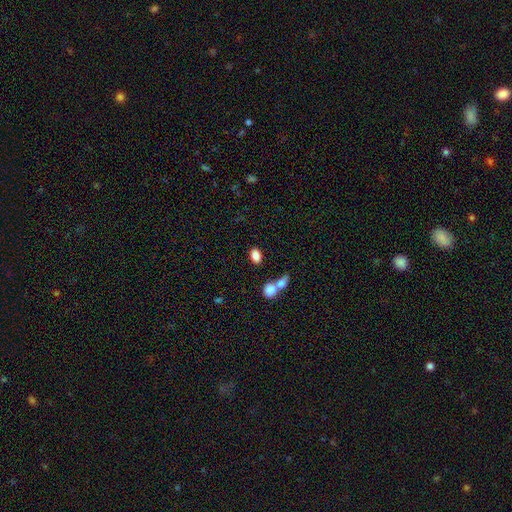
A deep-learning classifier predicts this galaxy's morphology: Smooth or featured: smooth — 85% (star or artifact — 9%)
How rounded: in between — 85% (round — 13%)
Merging: none — 72% (merger — 15%)